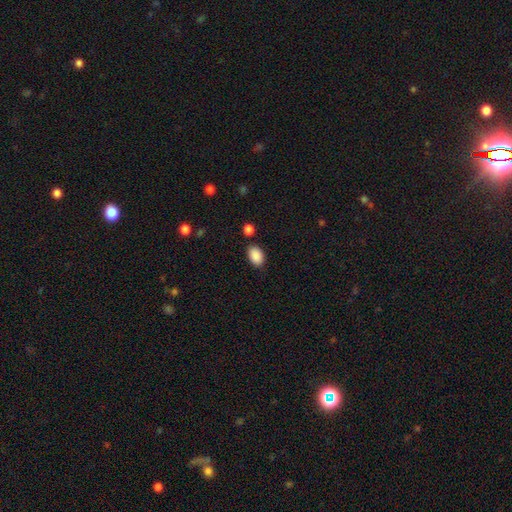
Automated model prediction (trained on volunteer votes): A smooth galaxy with no disk features (89%) that is in between round and cigar-shaped (88%). Merging: none (82%).